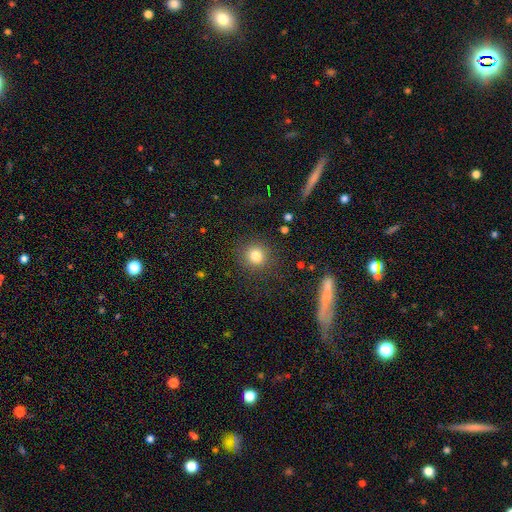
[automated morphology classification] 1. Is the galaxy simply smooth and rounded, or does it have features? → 81% smooth, 12% star or artifact, 7% featured or disk.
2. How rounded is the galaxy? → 86% round, 12% in between, 1% cigar-shaped.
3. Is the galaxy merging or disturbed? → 87% none, 8% minor disturbance, 4% major disturbance, 2% merger.